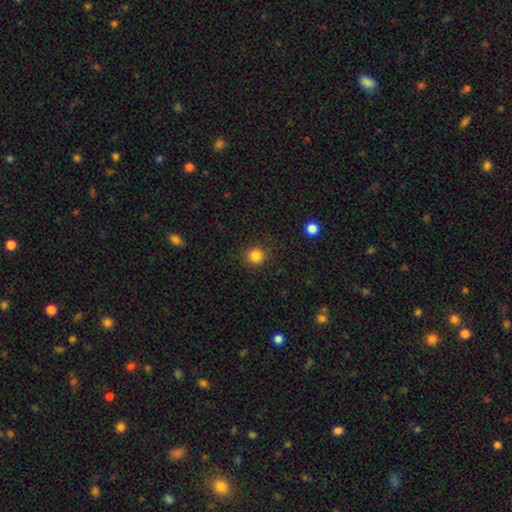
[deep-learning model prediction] smooth_or_featured: smooth (p=0.84) [alt: star or artifact p=0.12]
how_rounded: round (p=0.91) [alt: in between p=0.08]
merging: none (p=0.89) [alt: minor disturbance p=0.07]